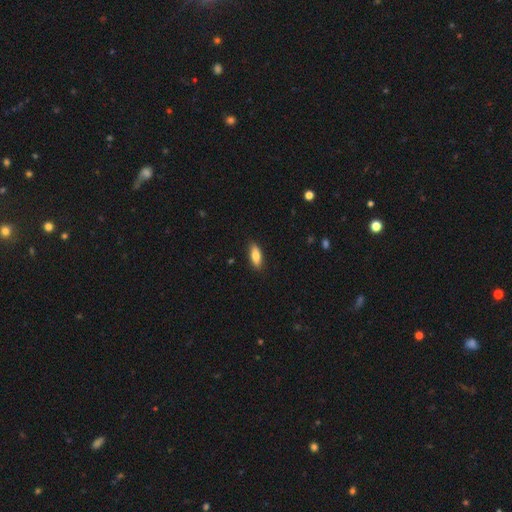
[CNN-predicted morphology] Smooth or featured? Predicted: smooth (p=0.78). How rounded? Predicted: in between (p=0.71). Merging? Predicted: none (p=0.88).